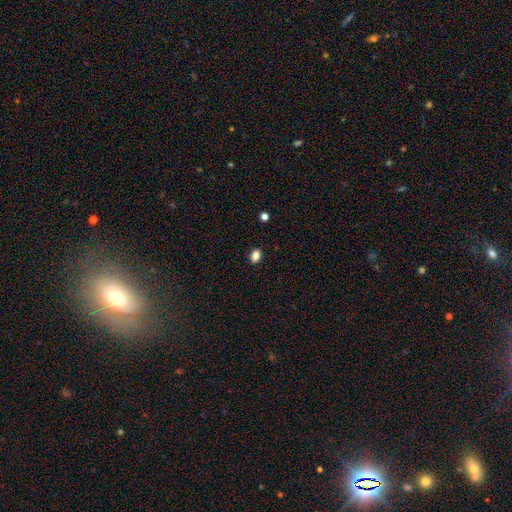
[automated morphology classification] This appears to be a smooth galaxy with no disk features (85%) that is in between round and cigar-shaped (67%). Merging: none (90%).